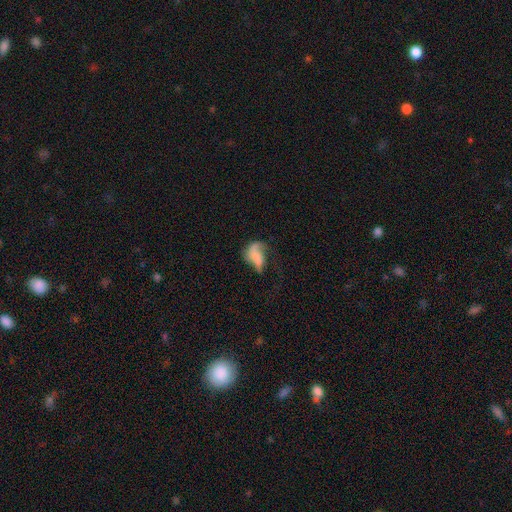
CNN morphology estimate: Smooth or featured? Predicted: smooth (p=0.46). Merging? Predicted: major disturbance (p=0.43).